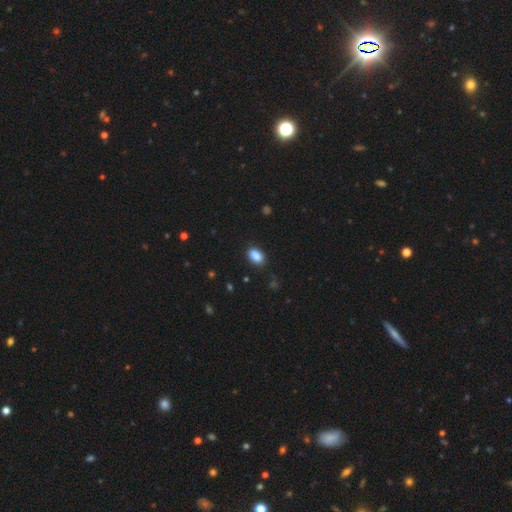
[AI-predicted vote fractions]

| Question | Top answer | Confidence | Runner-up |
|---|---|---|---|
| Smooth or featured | smooth | 88% | star or artifact (8%) |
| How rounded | in between | 88% | round (10%) |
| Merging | none | 83% | minor disturbance (13%) |